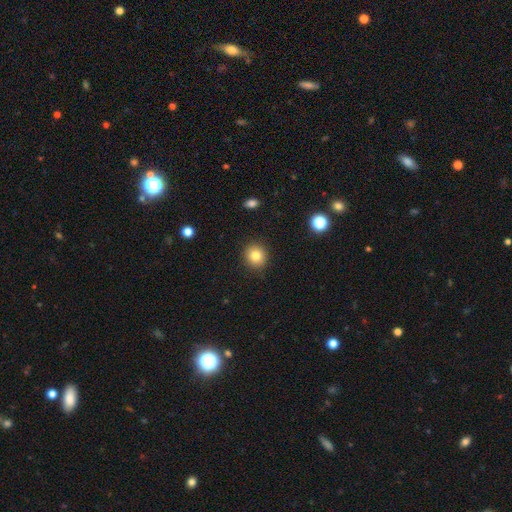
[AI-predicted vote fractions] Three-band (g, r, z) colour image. It shows a smooth galaxy with no disk features (82%) that is round (87%). Merging: none (90%).